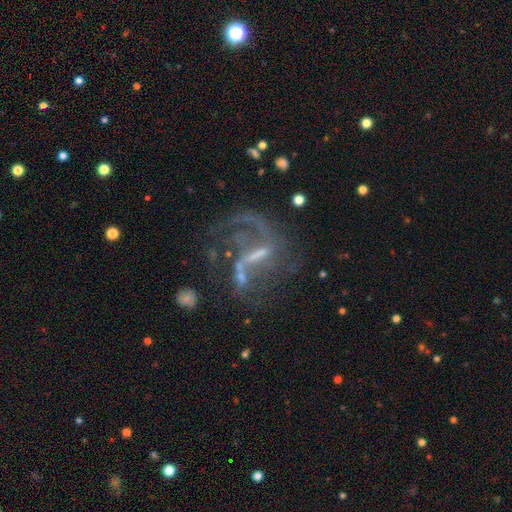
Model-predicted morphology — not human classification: Smooth or featured: featured or disk — 83% (star or artifact — 11%)
Edge-on disk: no — 96% (yes — 4%)
Bar: strong — 46% (weak — 39%)
Spiral arms: yes — 86% (no — 14%)
Spiral winding: loose — 56% (medium — 34%)
Spiral arm count: 2 — 57% (1 — 18%)
Bulge size: none — 39% (small — 35%)
Merging: none — 43% (major disturbance — 33%)